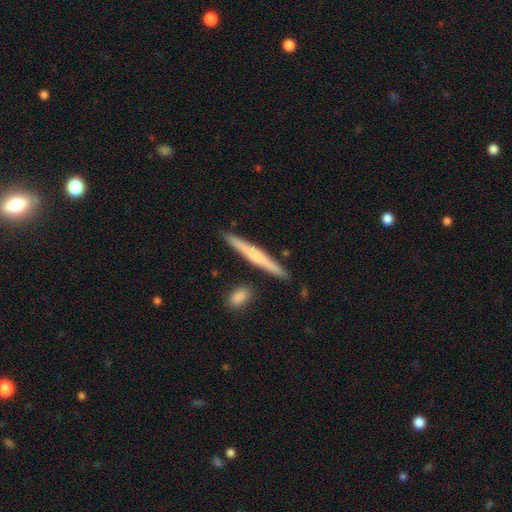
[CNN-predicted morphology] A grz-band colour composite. It shows a featured or disk galaxy (50%). Merging: none (87%).